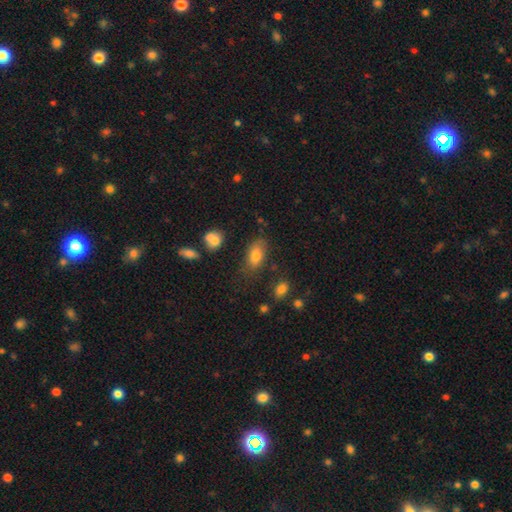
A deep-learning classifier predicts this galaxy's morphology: smooth 78%, featured or disk 13%, star or artifact 9%. Down the decision tree: how rounded — in between (90%); merging — none (70%).